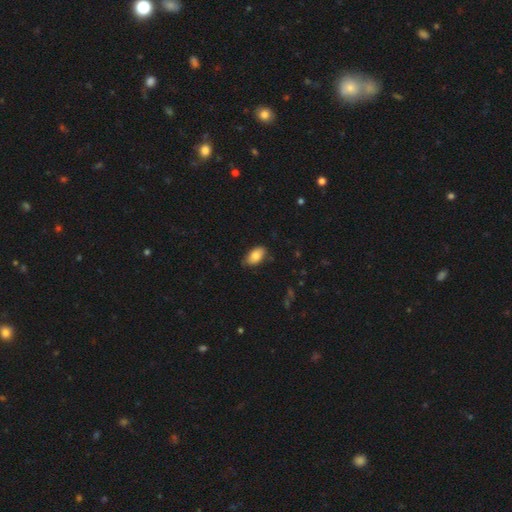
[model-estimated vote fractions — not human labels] smooth_or_featured: smooth (p=0.83) [alt: featured or disk p=0.10]
how_rounded: in between (p=0.93) [alt: round p=0.04]
merging: none (p=0.72) [alt: minor disturbance p=0.23]